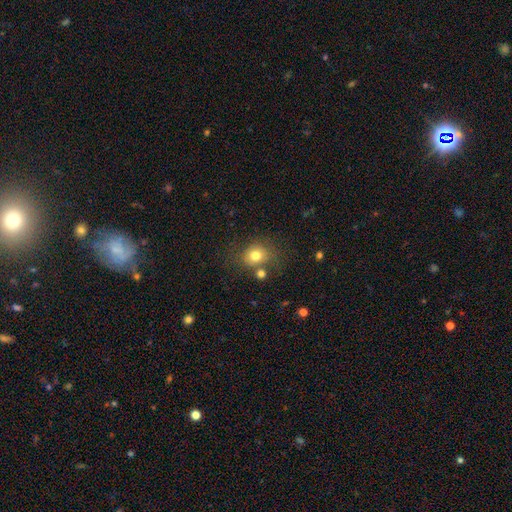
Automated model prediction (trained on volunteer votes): Morphology: type=smooth (77%); roundness=round (69%); merging=none (66%).